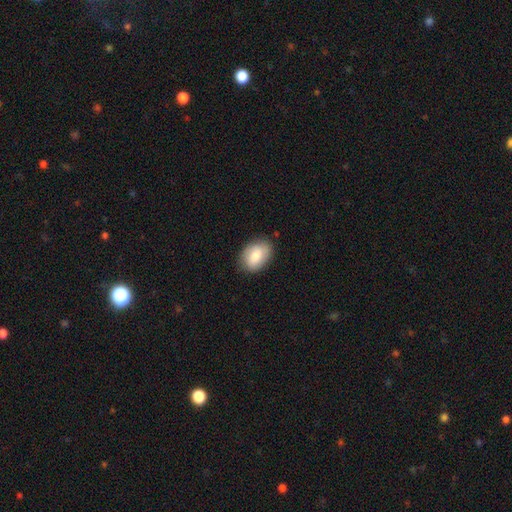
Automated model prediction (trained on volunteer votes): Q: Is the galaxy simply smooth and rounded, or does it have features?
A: smooth — 79%.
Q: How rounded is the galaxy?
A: in between — 82%.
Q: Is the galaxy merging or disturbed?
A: none — 81%.